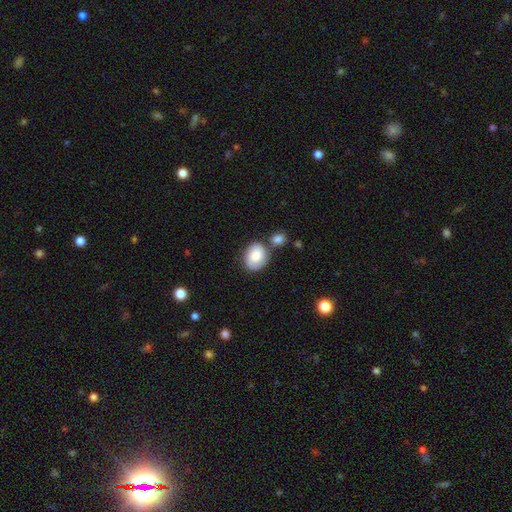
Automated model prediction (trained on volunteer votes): Overall: smooth (72%). How rounded: in between (55%; round 44%). Merging: none (58%; merger 20%).